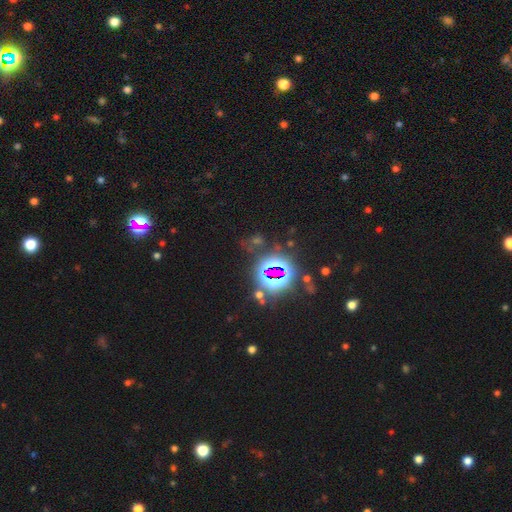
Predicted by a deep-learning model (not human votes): Smooth or featured?
  - star or artifact: 84% *
  - smooth: 9%
  - featured or disk: 7%